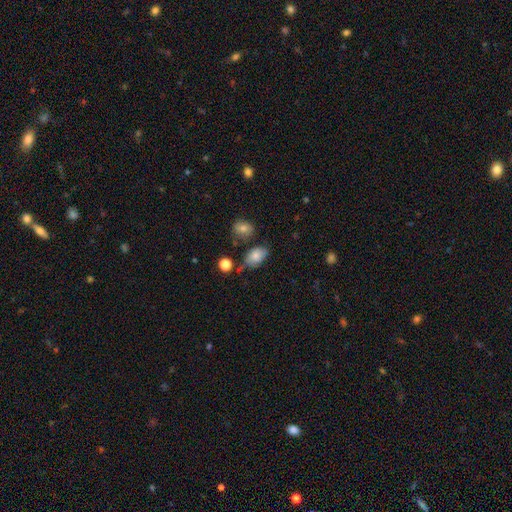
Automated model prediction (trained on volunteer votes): Morphology: type=smooth (78%); roundness=in between (85%); merging=none (58%).